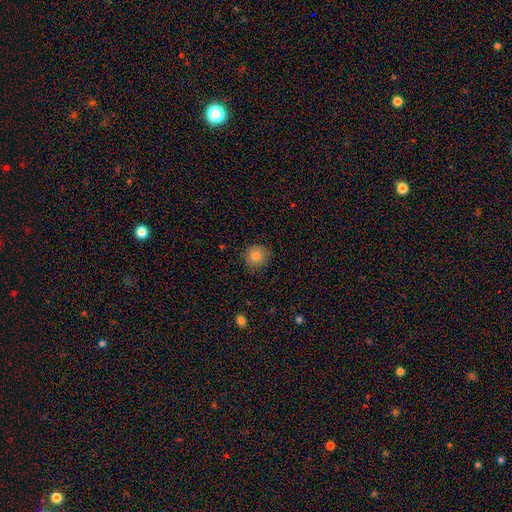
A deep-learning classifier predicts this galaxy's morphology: The model was most divided on "smooth or featured": smooth: 83%, star or artifact: 10%, featured or disk: 7%. More confident: how rounded — round (88%); merging — none (87%).